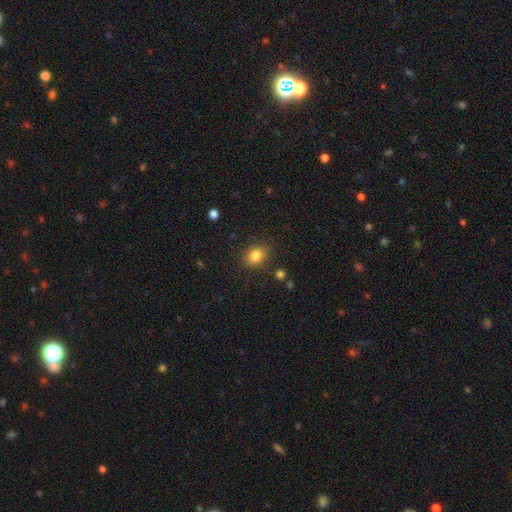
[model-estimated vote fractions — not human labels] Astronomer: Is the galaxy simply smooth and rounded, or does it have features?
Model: smooth — 82%.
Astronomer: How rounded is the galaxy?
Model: round — 56% (runner-up: in between, 43%).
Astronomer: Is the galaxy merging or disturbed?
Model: none — 84%.